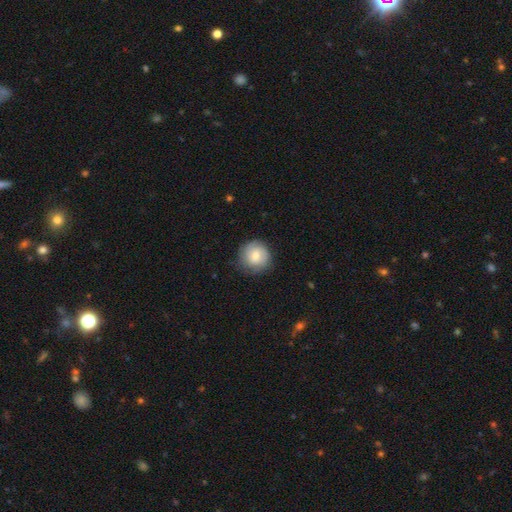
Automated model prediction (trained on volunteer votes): smooth_or_featured: smooth (p=0.64) [alt: featured or disk p=0.29]
how_rounded: round (p=0.92) [alt: in between p=0.07]
merging: none (p=0.81) [alt: minor disturbance p=0.14]